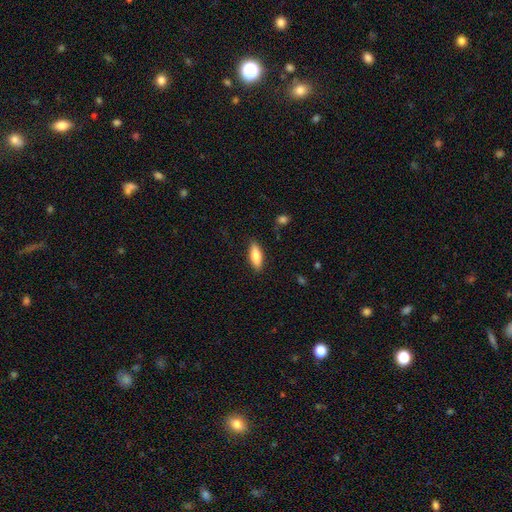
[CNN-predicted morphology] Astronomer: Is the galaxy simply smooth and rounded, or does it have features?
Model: smooth — 76%.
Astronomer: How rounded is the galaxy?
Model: in between — 65%.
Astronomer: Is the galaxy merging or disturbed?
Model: none — 87%.